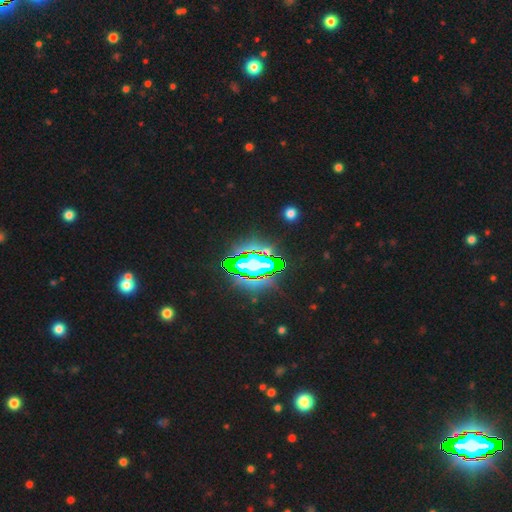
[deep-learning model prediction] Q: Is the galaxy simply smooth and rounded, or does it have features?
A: star or artifact — 84%.